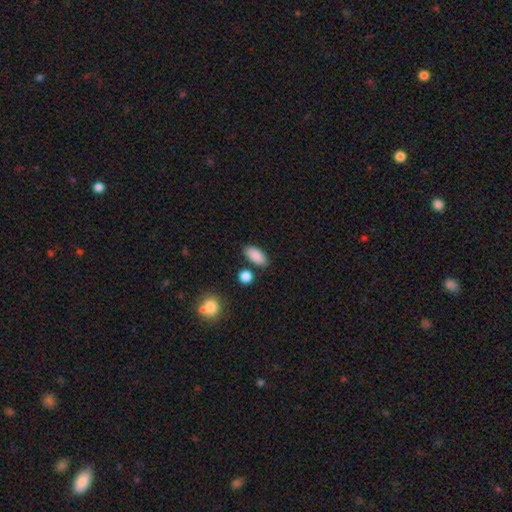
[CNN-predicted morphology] This is clearly a smooth galaxy (88%). How rounded: clearly in between (89%). Merging: clearly none (80%).